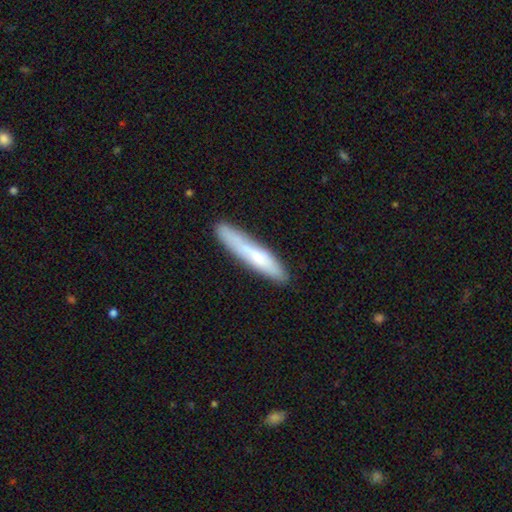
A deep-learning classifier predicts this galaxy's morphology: Smooth or featured? smooth (66%)
How rounded? cigar-shaped (91%)
Merging? none (75%)